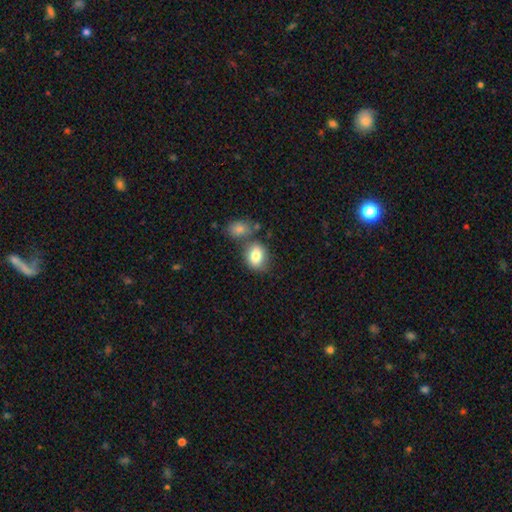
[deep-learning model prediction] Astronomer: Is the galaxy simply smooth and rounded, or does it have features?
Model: smooth — 80%.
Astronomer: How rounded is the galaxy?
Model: in between — 59% (runner-up: round, 39%).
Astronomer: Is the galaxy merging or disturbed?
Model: none — 60%.